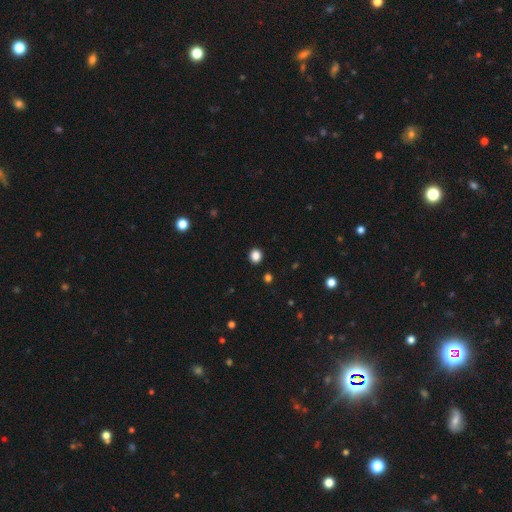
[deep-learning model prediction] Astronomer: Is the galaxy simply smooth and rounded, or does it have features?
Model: smooth — 85%.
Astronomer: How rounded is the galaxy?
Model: round — 80%.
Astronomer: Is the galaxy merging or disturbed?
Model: none — 92%.